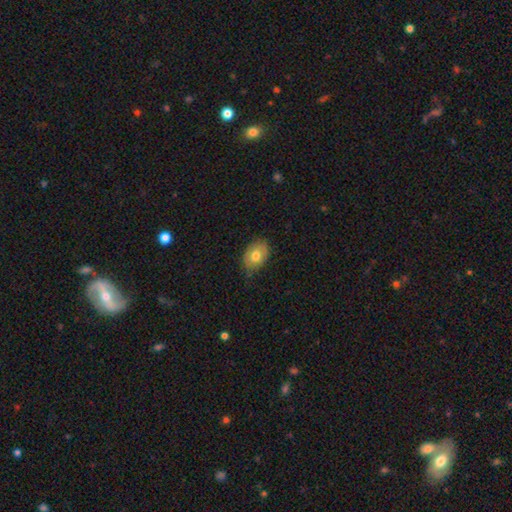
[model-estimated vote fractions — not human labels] A smooth galaxy with no disk features (73%) that is in between round and cigar-shaped (80%). Merging: none (71%).